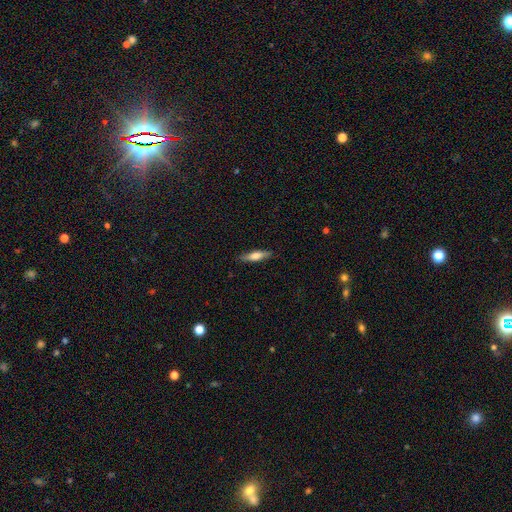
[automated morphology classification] Smooth or featured: smooth — 58% (featured or disk — 36%)
How rounded: cigar-shaped — 72% (in between — 26%)
Merging: none — 86% (minor disturbance — 11%)